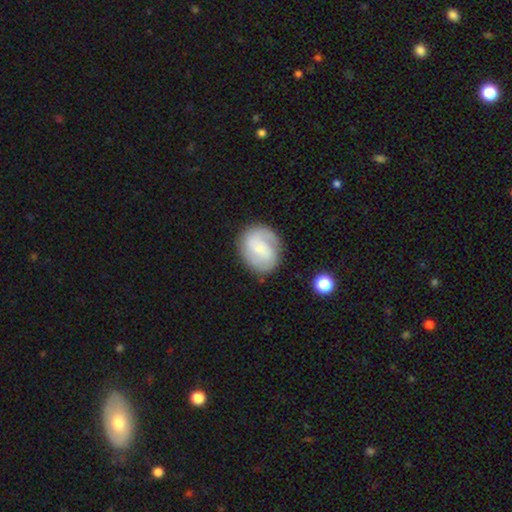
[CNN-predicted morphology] Smooth or featured? Predicted: featured or disk (p=0.62). Edge-on disk? Predicted: no (p=0.98). Bar? Predicted: no (p=0.45). Spiral arms? Predicted: yes (p=0.91). Spiral winding? Predicted: medium (p=0.44). Spiral arm count? Predicted: 2 (p=0.66). Bulge size? Predicted: small (p=0.55). Merging? Predicted: none (p=0.77).